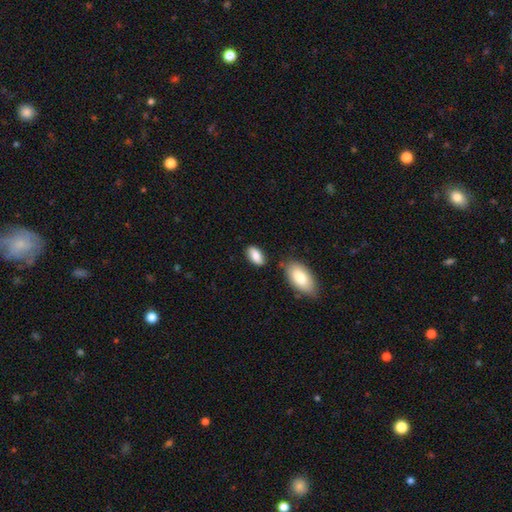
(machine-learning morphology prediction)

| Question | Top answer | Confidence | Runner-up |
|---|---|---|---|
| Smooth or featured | smooth | 84% | featured or disk (10%) |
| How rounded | in between | 91% | cigar-shaped (5%) |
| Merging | none | 72% | minor disturbance (17%) |